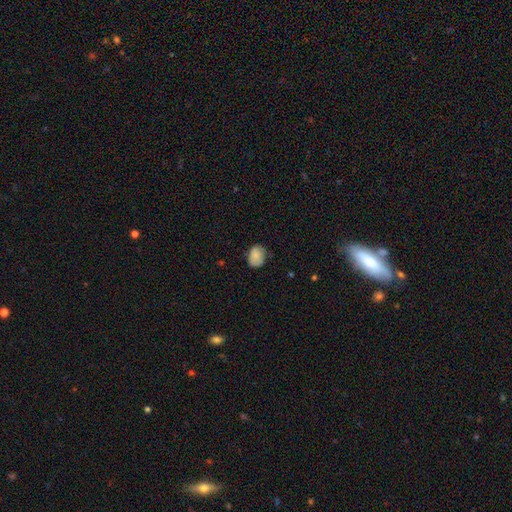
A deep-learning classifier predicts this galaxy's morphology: smooth_or_featured: smooth (p=0.80) [alt: featured or disk p=0.12]
how_rounded: in between (p=0.64) [alt: round p=0.36]
merging: none (p=0.65) [alt: minor disturbance p=0.27]